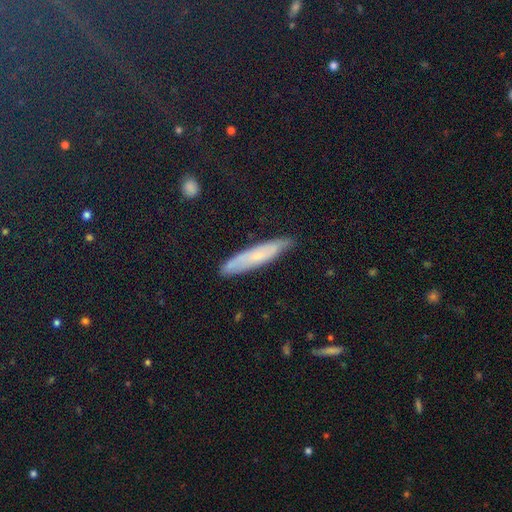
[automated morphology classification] smooth_or_featured: smooth (p=0.47) [alt: featured or disk p=0.34]
merging: none (p=0.82) [alt: minor disturbance p=0.14]